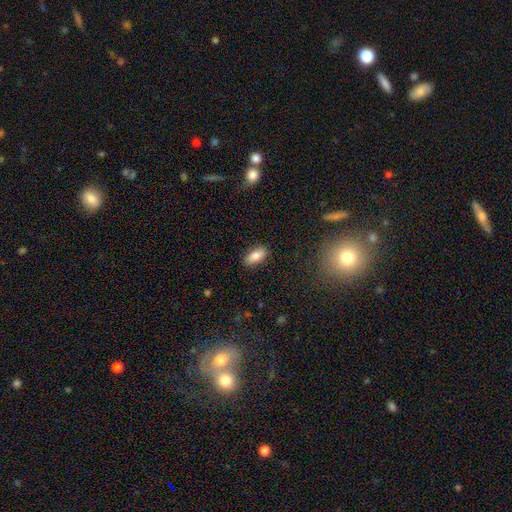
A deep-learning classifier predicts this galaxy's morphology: smooth_or_featured: smooth (p=0.80) [alt: featured or disk p=0.12]
how_rounded: in between (p=0.85) [alt: cigar-shaped p=0.12]
merging: none (p=0.87) [alt: minor disturbance p=0.10]